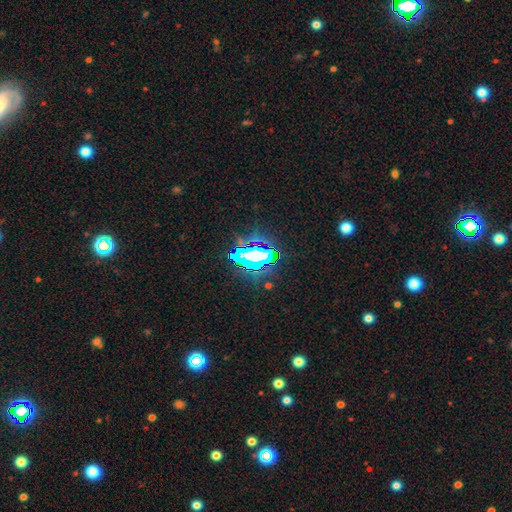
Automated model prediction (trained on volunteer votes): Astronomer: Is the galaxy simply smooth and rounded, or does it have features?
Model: star or artifact — 61%.